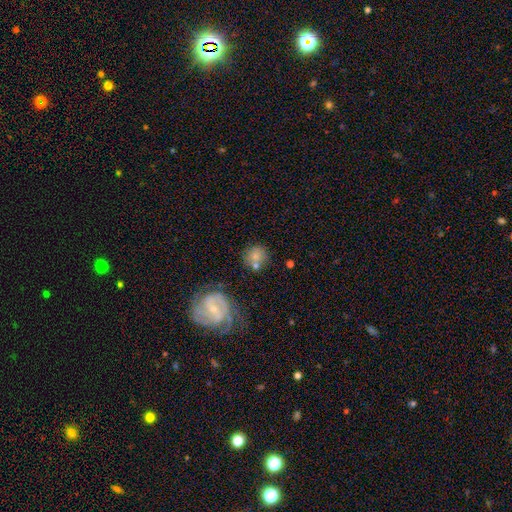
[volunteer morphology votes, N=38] type=smooth (87%); roundness=round (91%); merging=none (66%).